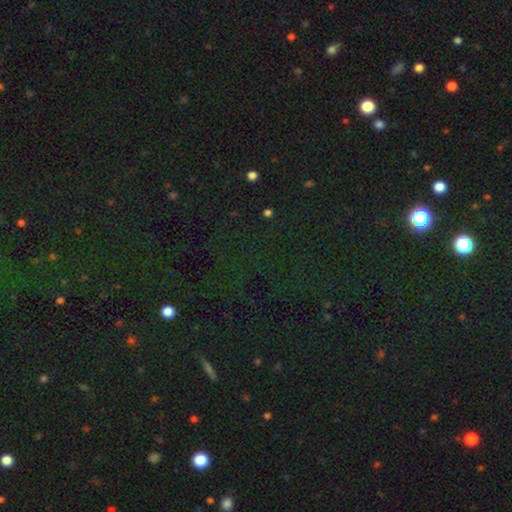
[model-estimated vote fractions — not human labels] smooth_or_featured: star or artifact (p=0.77) [alt: smooth p=0.16]